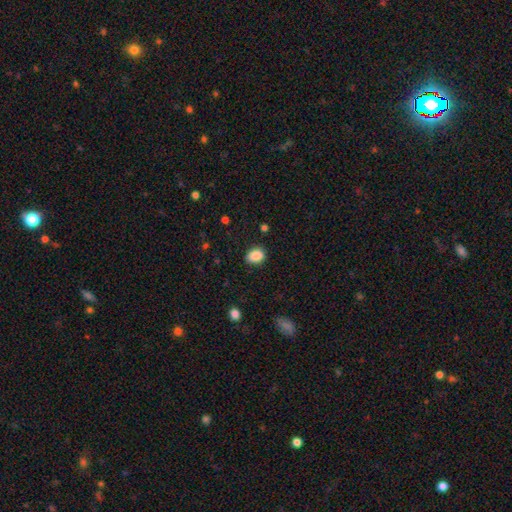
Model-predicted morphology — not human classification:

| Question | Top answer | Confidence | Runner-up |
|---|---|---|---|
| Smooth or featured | smooth | 88% | star or artifact (8%) |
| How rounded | in between | 74% | round (25%) |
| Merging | none | 83% | minor disturbance (13%) |